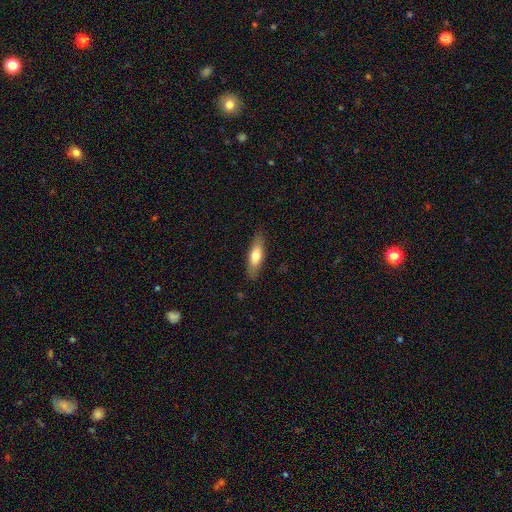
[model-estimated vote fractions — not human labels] Smooth or featured? smooth (69%)
How rounded? in between (50%)
Merging? none (86%)